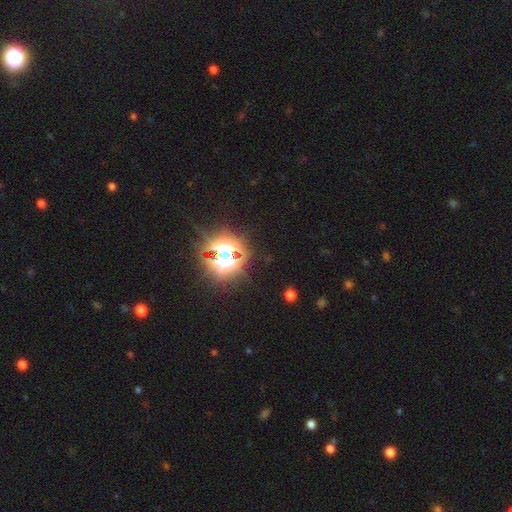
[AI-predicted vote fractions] Overall: star or artifact (82%).